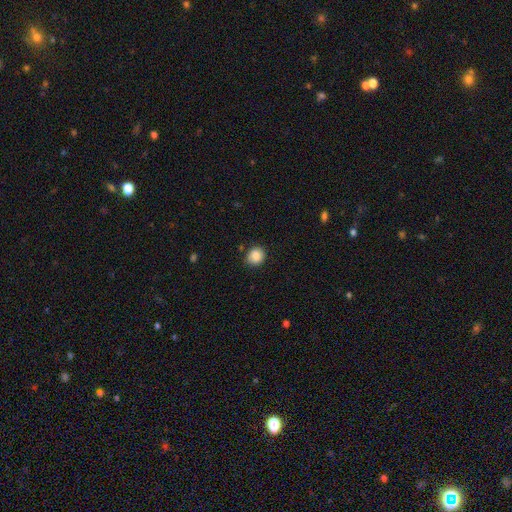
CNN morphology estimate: Overall: smooth (87%). How rounded: round (78%). Merging: none (84%).